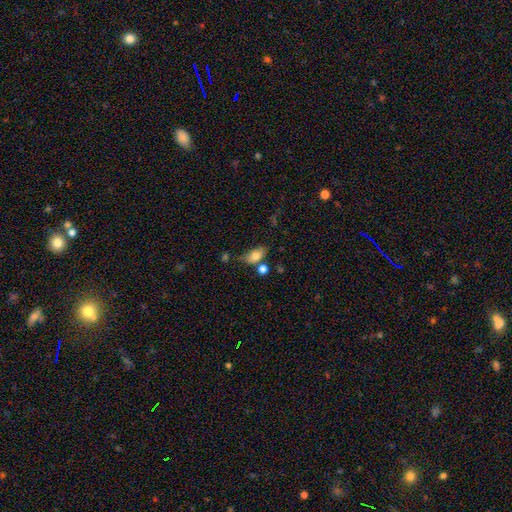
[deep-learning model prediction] This appears to be a smooth galaxy with no disk features (76%) that is in between round and cigar-shaped (86%). Merging: none (53%).